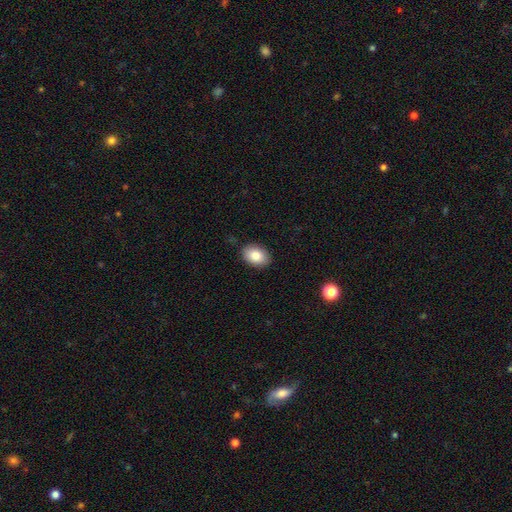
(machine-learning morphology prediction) Overall: smooth (85%). How rounded: in between (82%). Merging: none (88%).